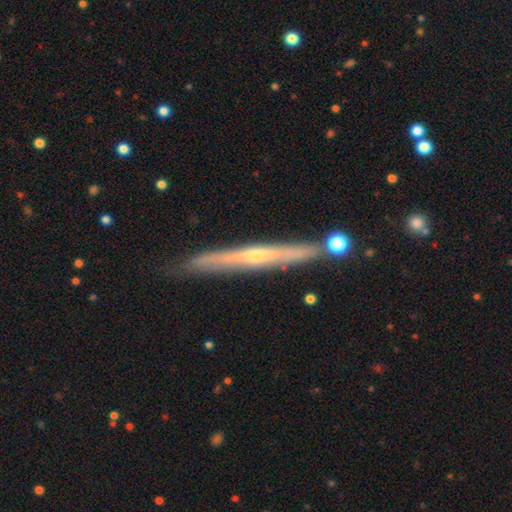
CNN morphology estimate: smooth_or_featured: featured or disk (p=0.74) [alt: smooth p=0.20]
disk_edge_on: yes (p=0.94) [alt: no p=0.06]
edge_on_bulge: rounded (p=0.60) [alt: none p=0.36]
merging: none (p=0.83) [alt: minor disturbance p=0.12]